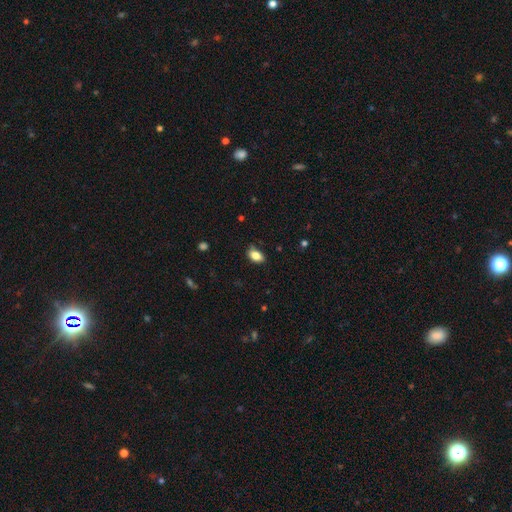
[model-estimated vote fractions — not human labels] The model was most divided on "merging": none: 77%, minor disturbance: 18%, major disturbance: 3%, merger: 2%. More confident: how rounded — in between (88%); smooth or featured — smooth (83%).